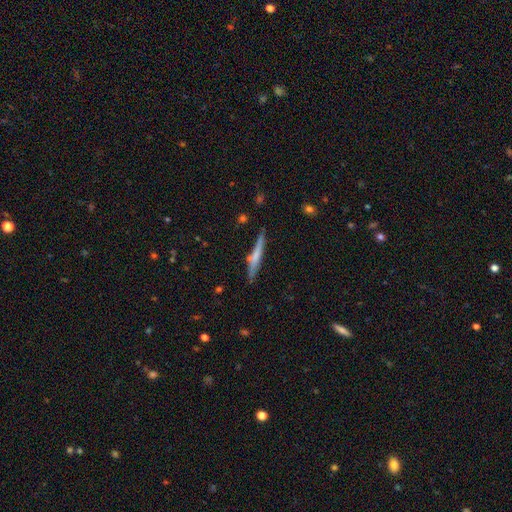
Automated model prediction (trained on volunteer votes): This is possibly a smooth galaxy (49%). Merging: likely none (78%).